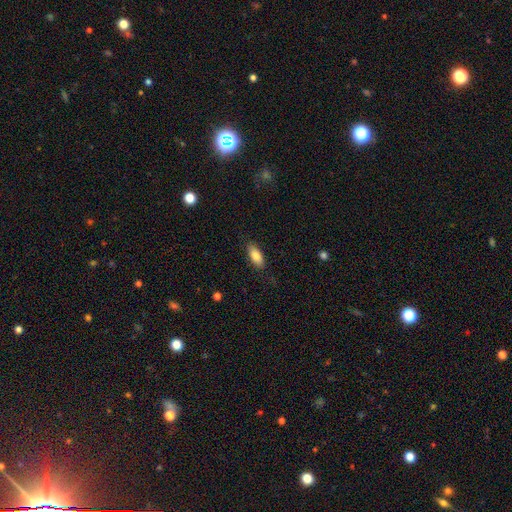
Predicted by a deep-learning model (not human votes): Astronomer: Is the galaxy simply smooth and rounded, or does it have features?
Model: smooth — 83%.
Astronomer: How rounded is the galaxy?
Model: in between — 86%.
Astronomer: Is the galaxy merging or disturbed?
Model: none — 84%.